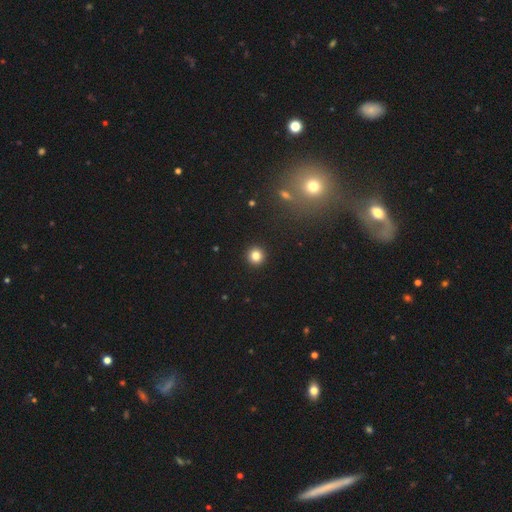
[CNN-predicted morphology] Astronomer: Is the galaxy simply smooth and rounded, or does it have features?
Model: smooth — 82%.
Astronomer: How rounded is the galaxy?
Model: round — 94%.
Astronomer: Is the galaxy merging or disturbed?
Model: none — 94%.